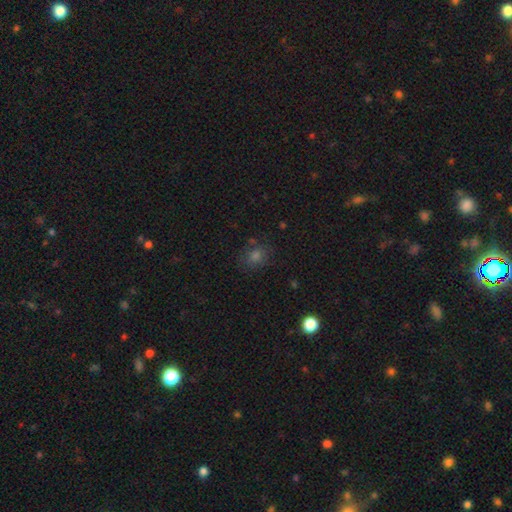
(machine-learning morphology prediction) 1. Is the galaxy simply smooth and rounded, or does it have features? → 67% smooth, 23% star or artifact, 9% featured or disk.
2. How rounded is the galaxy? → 67% round, 31% in between, 1% cigar-shaped.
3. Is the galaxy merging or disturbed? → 78% none, 14% minor disturbance, 5% major disturbance, 4% merger.